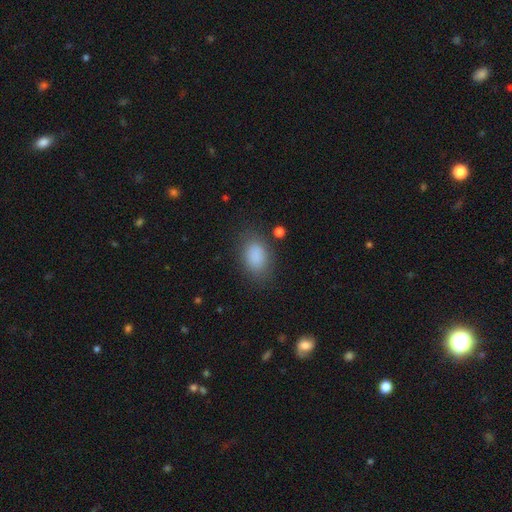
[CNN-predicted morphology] Smooth or featured? Predicted: smooth (p=0.86). How rounded? Predicted: in between (p=0.81). Merging? Predicted: none (p=0.77).